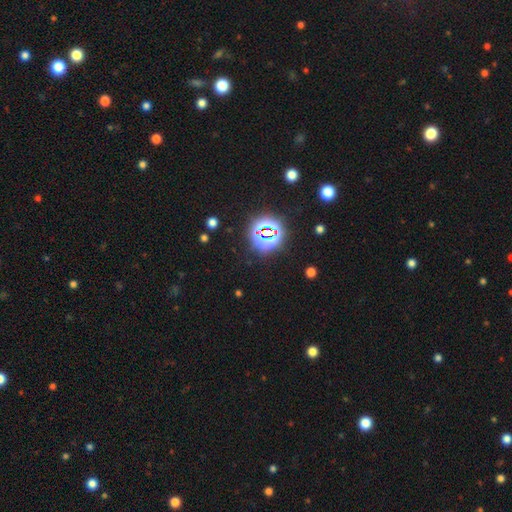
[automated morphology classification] Smooth or featured? star or artifact (83%)